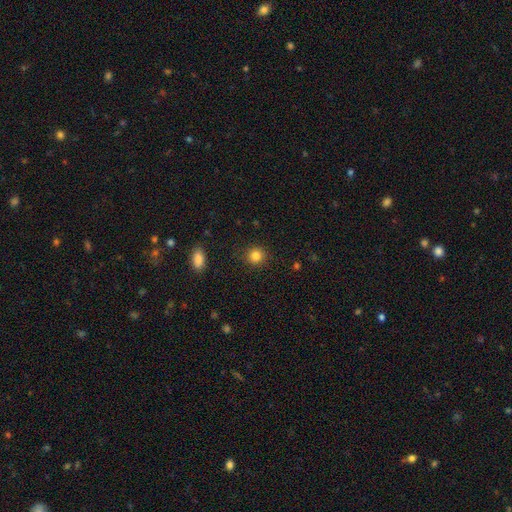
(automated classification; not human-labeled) Overall: smooth (84%). How rounded: round (89%). Merging: none (89%).